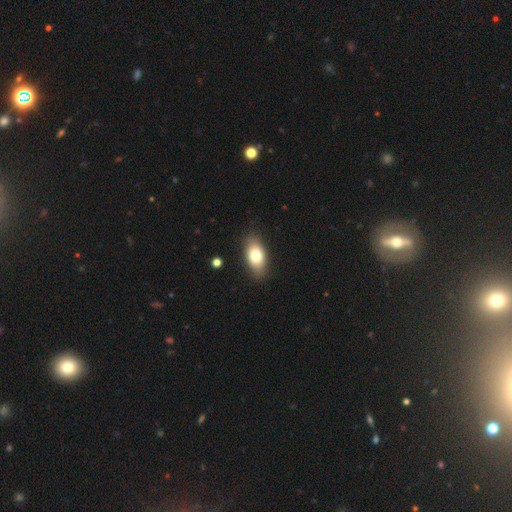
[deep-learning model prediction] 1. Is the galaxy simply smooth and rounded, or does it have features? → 78% smooth, 15% featured or disk, 7% star or artifact.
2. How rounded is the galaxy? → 90% in between, 5% round, 4% cigar-shaped.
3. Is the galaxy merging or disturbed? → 86% none, 10% minor disturbance, 2% major disturbance, 1% merger.